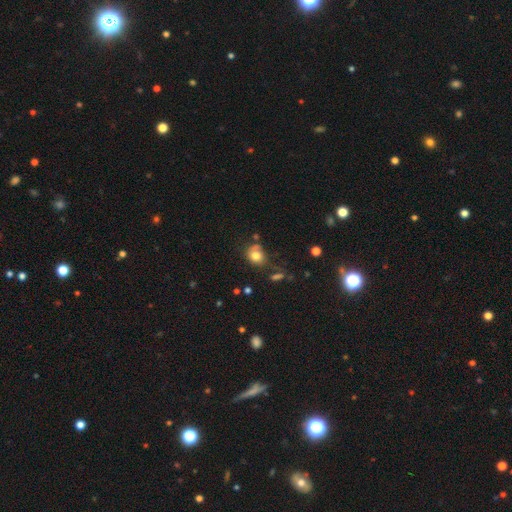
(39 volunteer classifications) Smooth or featured?
  - smooth: 74% *
  - featured or disk: 21%
  - star or artifact: 5%
How rounded?
  - round: 62% *
  - in between: 38%
  - cigar-shaped: 0%
Merging?
  - none: 46% *
  - minor disturbance: 24%
  - major disturbance: 16%
  - merger: 14%